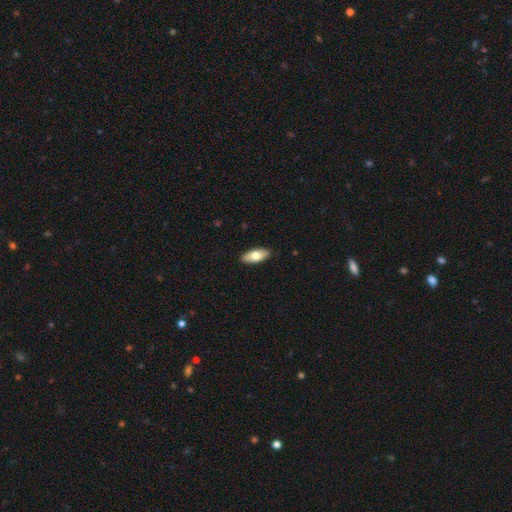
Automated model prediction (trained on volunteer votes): Morphology: type=smooth (71%); roundness=in between (83%); merging=none (90%).